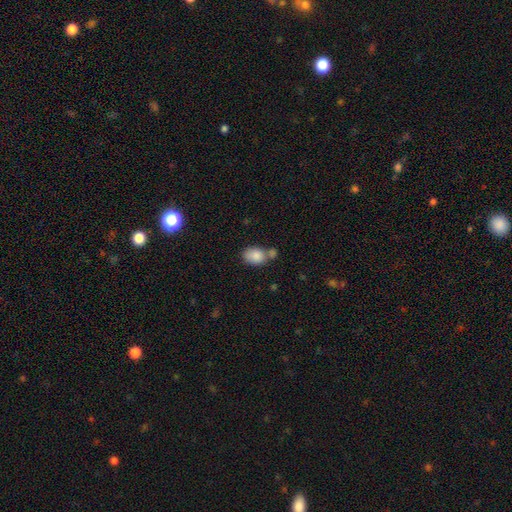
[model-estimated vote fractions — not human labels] Overall: smooth (85%). How rounded: in between (75%). Merging: none (44%; merger 34%).